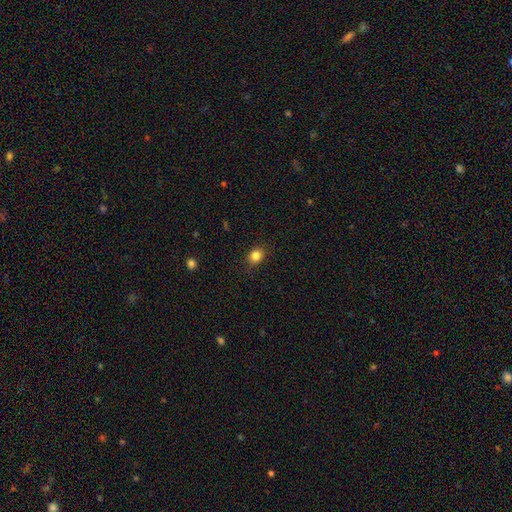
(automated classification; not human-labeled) smooth 84%, star or artifact 11%, featured or disk 5%. Down the decision tree: how rounded — round (63%); merging — none (87%).